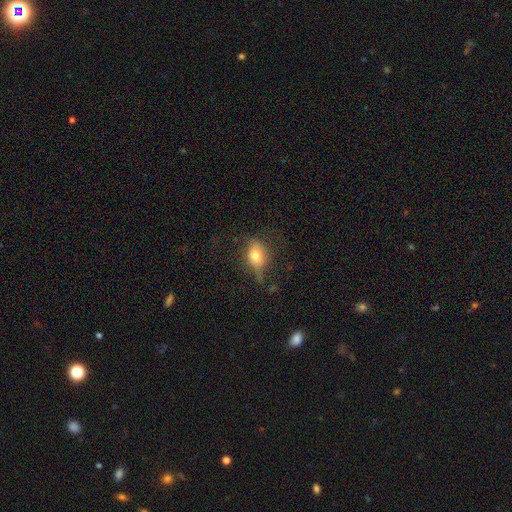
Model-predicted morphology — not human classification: Smooth or featured?
  - smooth: 63% *
  - featured or disk: 26%
  - star or artifact: 11%
How rounded?
  - in between: 68% *
  - round: 26%
  - cigar-shaped: 6%
Merging?
  - none: 53% *
  - minor disturbance: 28%
  - major disturbance: 16%
  - merger: 3%